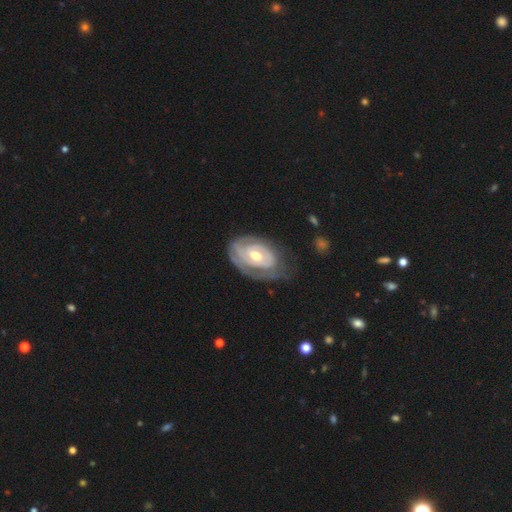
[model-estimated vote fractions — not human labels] Morphology: type=featured or disk (81%); edge-on=no (96%); bar=no (55%); spiral arms=yes (86%); winding=tight (73%); arm count=can't tell (39%); bulge=moderate (70%); merging=none (57%).